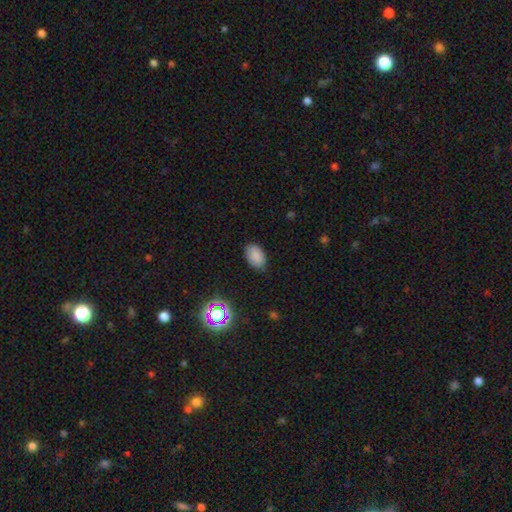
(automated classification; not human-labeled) Smooth or featured? smooth (83%)
How rounded? in between (91%)
Merging? none (82%)